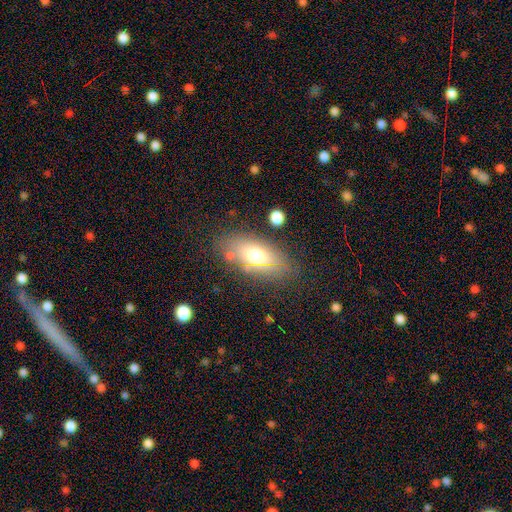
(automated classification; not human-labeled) A smooth galaxy with no disk features (62%) that is in between round and cigar-shaped (85%). Merging: none (74%).